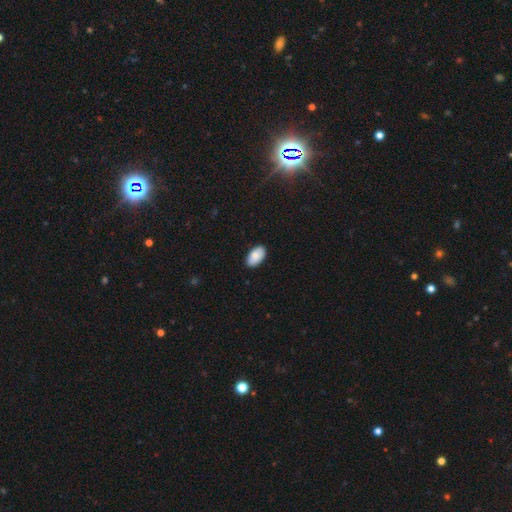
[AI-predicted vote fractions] A smooth galaxy with no disk features (84%) that is in between round and cigar-shaped (95%). Merging: none (86%).